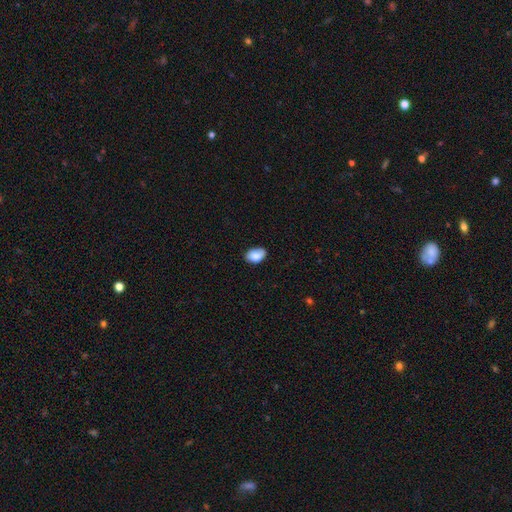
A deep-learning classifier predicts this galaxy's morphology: Overall: smooth (84%). How rounded: in between (86%). Merging: none (75%).